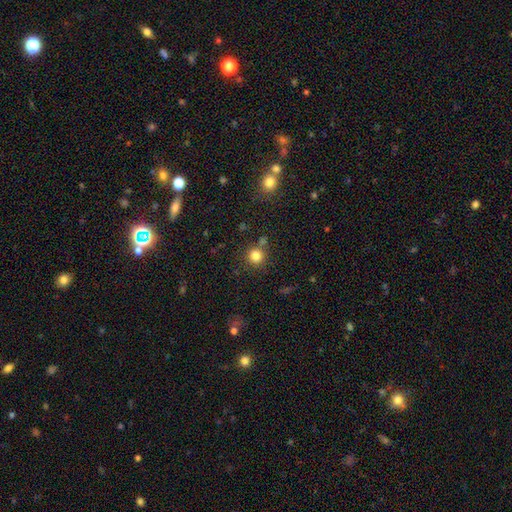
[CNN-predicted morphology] A smooth galaxy with no disk features (82%) that is round (93%).

Vote fractions:
- Smooth or featured? smooth: 82% / star or artifact: 13% / featured or disk: 5%
- How rounded? round: 93% / in between: 7% / cigar-shaped: 1%
- Merging? none: 77% / merger: 11% / minor disturbance: 9% / major disturbance: 3%